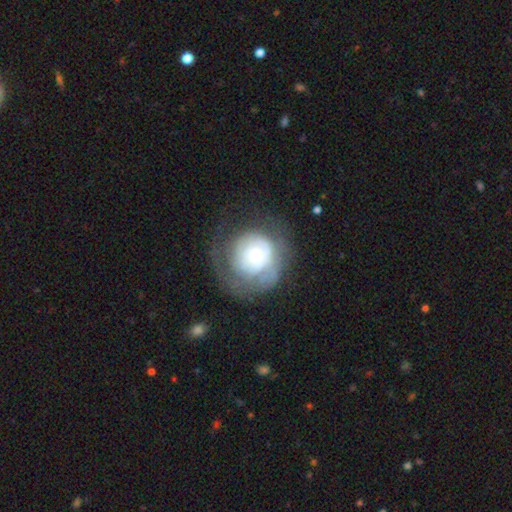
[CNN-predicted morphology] Overall: featured or disk (60%; smooth 32%). Edge-on disk: no (97%). Bar: no (85%). Spiral arms: yes (59%; no 41%). Bulge size: moderate (53%; small 35%). Merging: none (51%; major disturbance 26%).